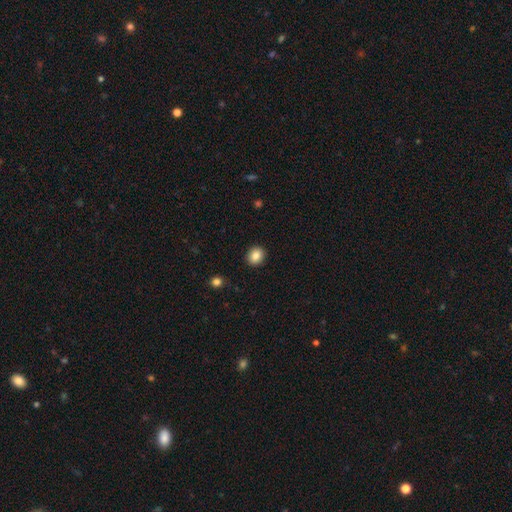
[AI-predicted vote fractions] smooth-or-featured: smooth: 86% | star or artifact: 9% | featured or disk: 5%
  how-rounded: round: 73% | in between: 26% | cigar-shaped: 1%
  merging: none: 92% | minor disturbance: 5% | major disturbance: 2% | merger: 1%